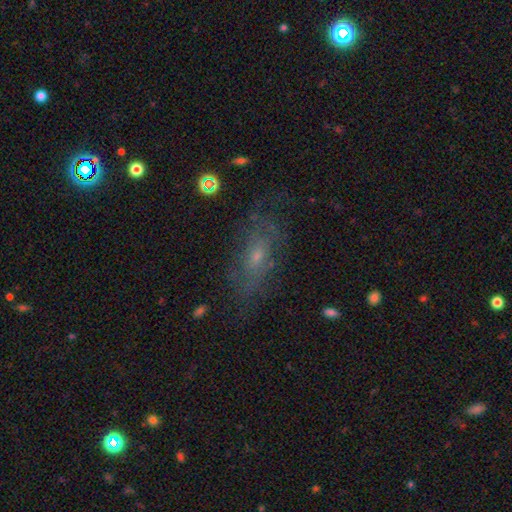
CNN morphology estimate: Smooth or featured? featured or disk (54%)
Edge-on disk? no (84%)
Merging? none (67%)